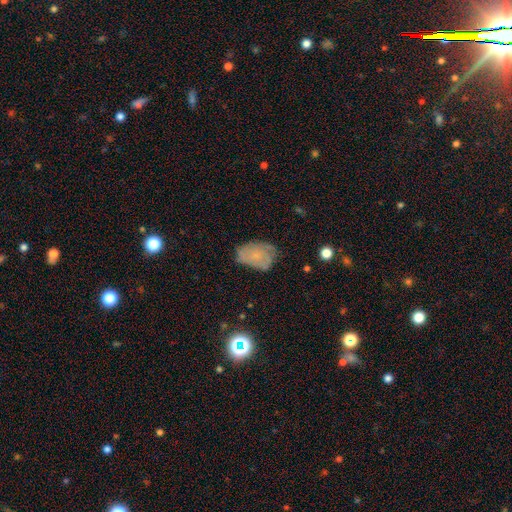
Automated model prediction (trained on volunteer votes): Overall: smooth (48%; featured or disk 40%). Merging: none (57%; minor disturbance 30%).